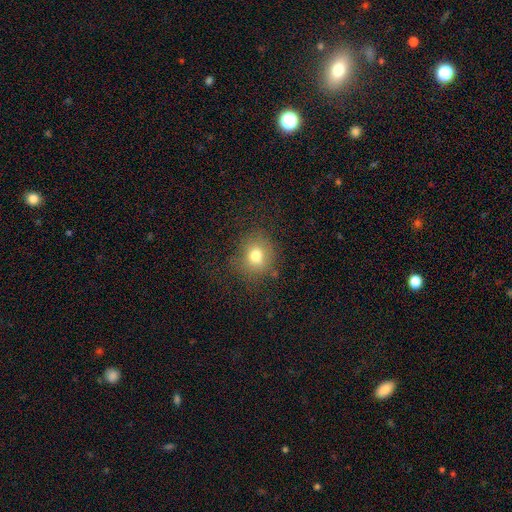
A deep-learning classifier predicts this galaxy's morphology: smooth_or_featured: smooth (p=0.75) [alt: star or artifact p=0.14]
how_rounded: round (p=0.74) [alt: in between p=0.25]
merging: none (p=0.72) [alt: minor disturbance p=0.17]